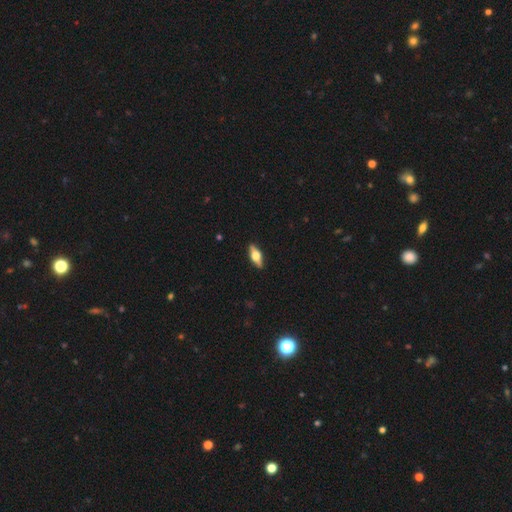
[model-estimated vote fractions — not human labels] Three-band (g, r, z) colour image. It shows a featured or disk galaxy (58%) viewed edge-on (93%) with a rounded central bulge (93%). Merging: none (89%).